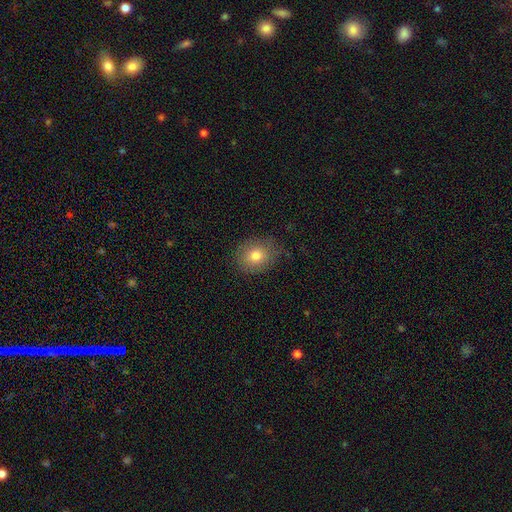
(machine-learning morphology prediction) type=smooth (79%); roundness=round (53%); merging=none (78%).